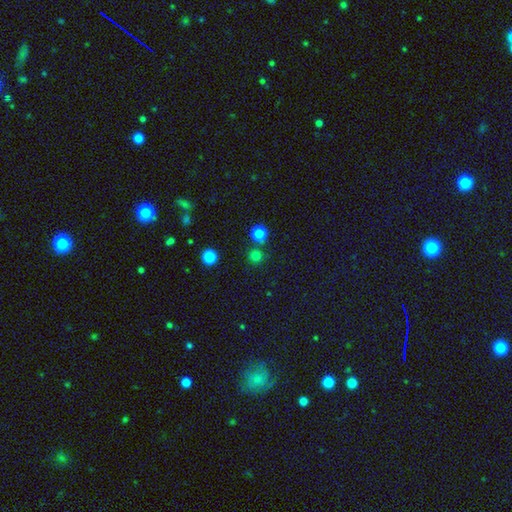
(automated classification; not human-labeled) Smooth or featured? Predicted: smooth (p=0.77). How rounded? Predicted: round (p=0.94). Merging? Predicted: none (p=0.78).